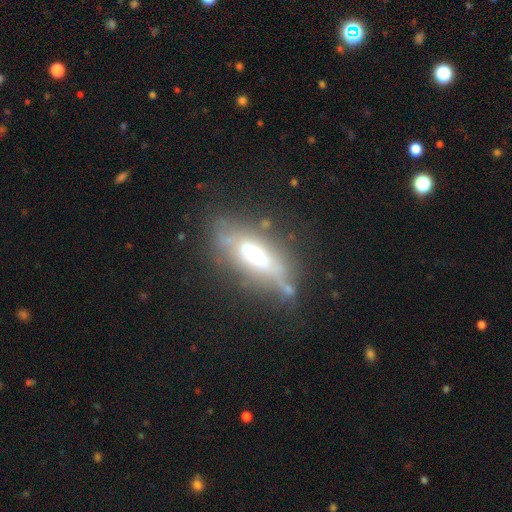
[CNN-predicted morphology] type=featured or disk (59%); edge-on=yes (63%); merging=none (53%).